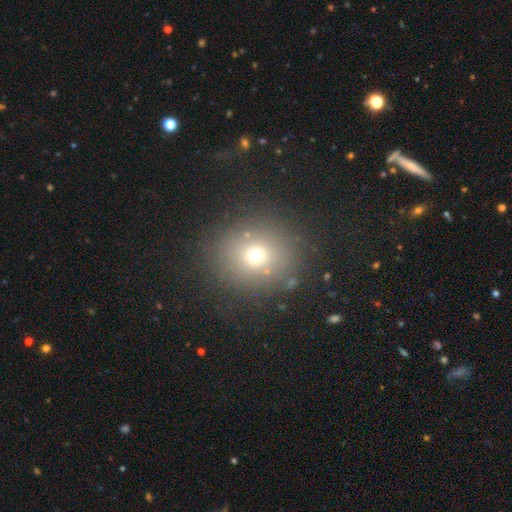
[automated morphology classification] A smooth galaxy with no disk features (66%) that is round (83%). Merging: none (82%).